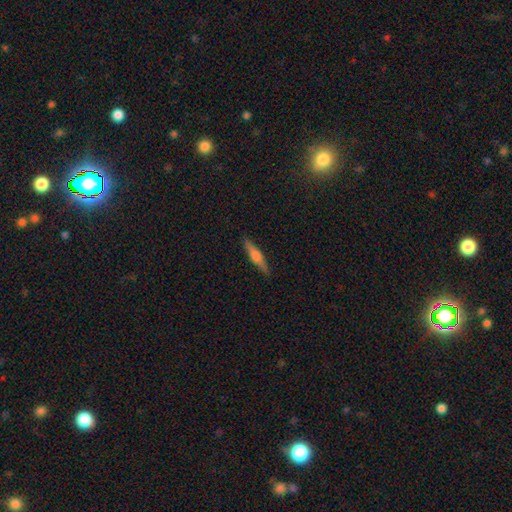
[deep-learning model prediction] This is possibly a featured or disk galaxy (52%). It is clearly viewed edge-on (97%). Edge-on bulge: likely rounded (77%). Merging: clearly none (90%).